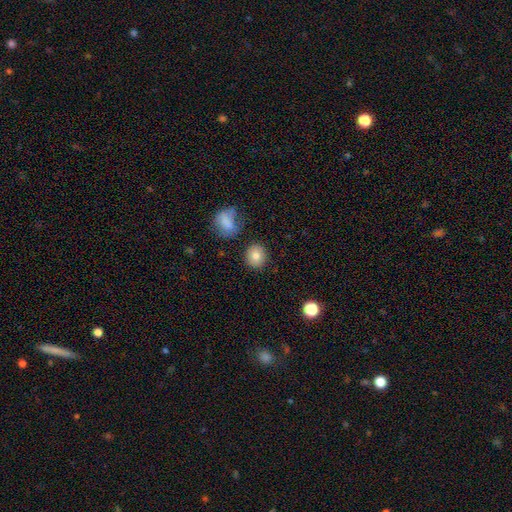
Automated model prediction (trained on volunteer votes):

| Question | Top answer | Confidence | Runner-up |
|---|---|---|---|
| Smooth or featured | smooth | 82% | star or artifact (10%) |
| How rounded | round | 80% | in between (19%) |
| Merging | none | 85% | minor disturbance (9%) |